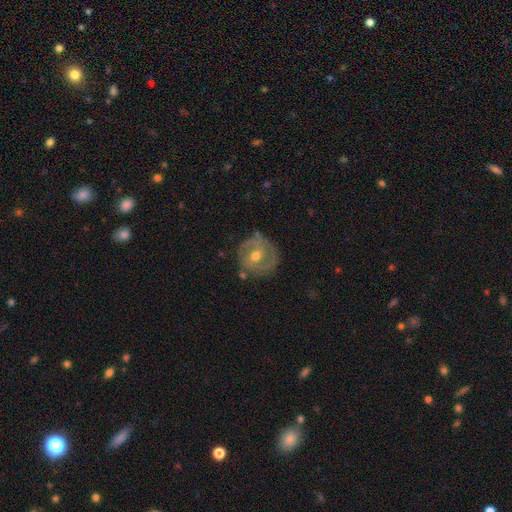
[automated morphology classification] Smooth or featured?
  - featured or disk: 65% *
  - smooth: 28%
  - star or artifact: 7%
Edge-on disk?
  - no: 96% *
  - yes: 4%
Bar?
  - no: 57% *
  - weak: 34%
  - strong: 9%
Spiral arms?
  - yes: 59% *
  - no: 41%
Bulge size?
  - moderate: 77% *
  - small: 18%
  - large: 4%
  - none: 1%
  - dominant: 1%
Merging?
  - none: 73% *
  - minor disturbance: 18%
  - major disturbance: 6%
  - merger: 3%